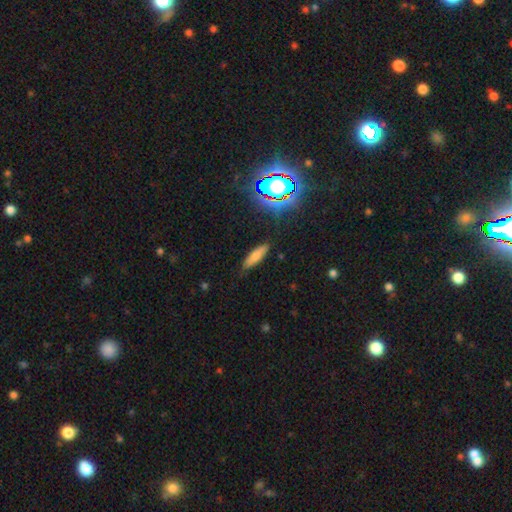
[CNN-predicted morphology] smooth_or_featured: smooth (p=0.71) [alt: featured or disk p=0.15]
how_rounded: cigar-shaped (p=0.55) [alt: in between p=0.42]
merging: none (p=0.82) [alt: minor disturbance p=0.13]